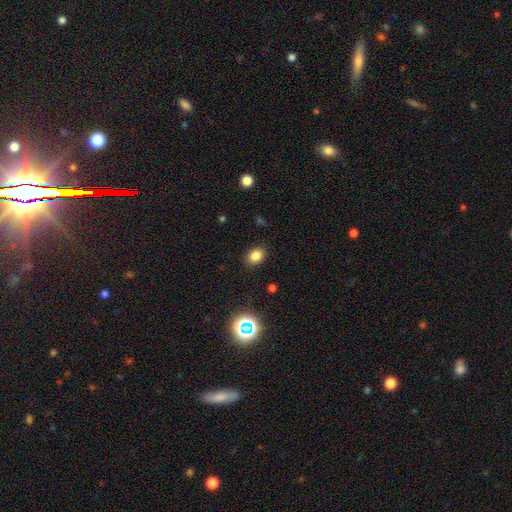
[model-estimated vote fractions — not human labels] smooth_or_featured: smooth (p=0.82) [alt: star or artifact p=0.13]
how_rounded: in between (p=0.68) [alt: round p=0.31]
merging: none (p=0.87) [alt: minor disturbance p=0.09]